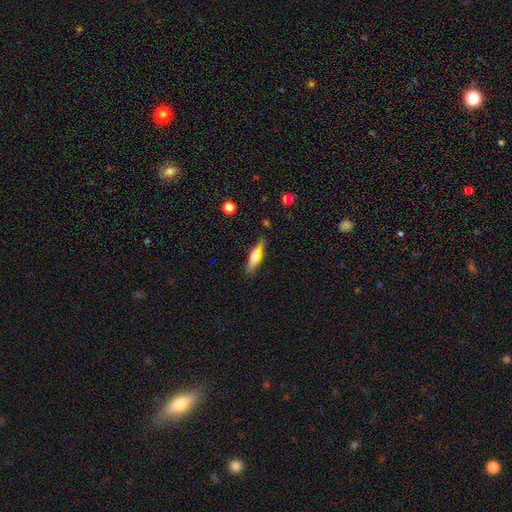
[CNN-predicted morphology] A smooth galaxy with no disk features (61%) that is cigar-shaped (62%).

Vote fractions:
- Smooth or featured? smooth: 61% / featured or disk: 30% / star or artifact: 9%
- How rounded? cigar-shaped: 62% / in between: 36% / round: 2%
- Merging? none: 83% / minor disturbance: 13% / major disturbance: 3% / merger: 2%